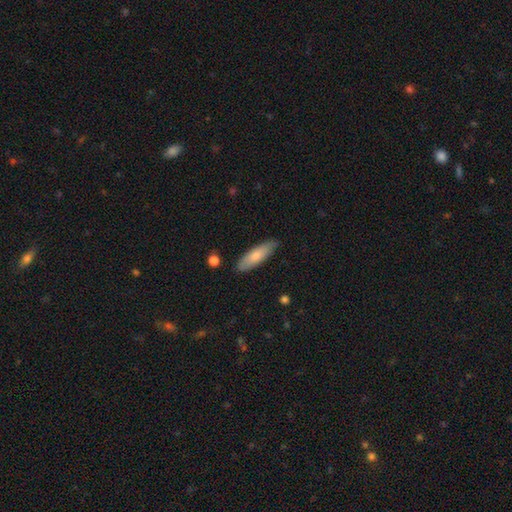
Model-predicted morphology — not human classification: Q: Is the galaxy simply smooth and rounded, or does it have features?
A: smooth — 75%.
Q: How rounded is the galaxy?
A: cigar-shaped — 55%.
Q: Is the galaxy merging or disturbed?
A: none — 84%.